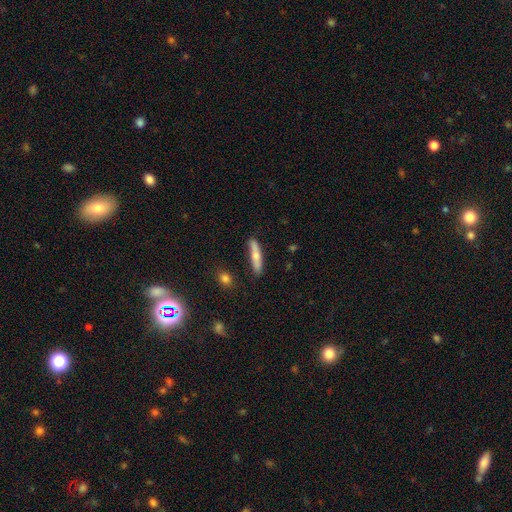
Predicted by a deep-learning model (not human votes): This is likely a smooth galaxy (65%). How rounded: clearly cigar-shaped (86%). Merging: clearly none (82%).